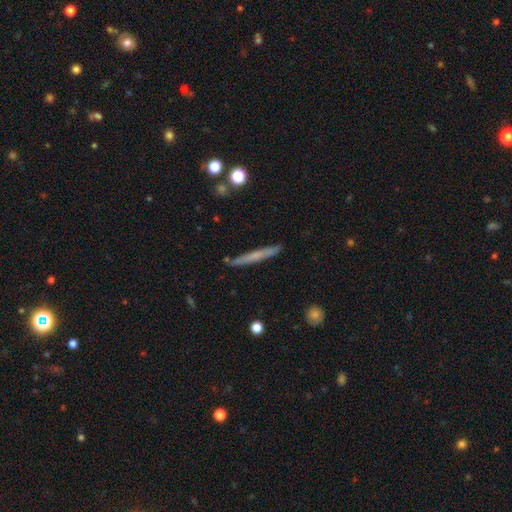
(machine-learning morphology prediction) Smooth or featured? smooth (51%)
How rounded? cigar-shaped (96%)
Merging? none (87%)